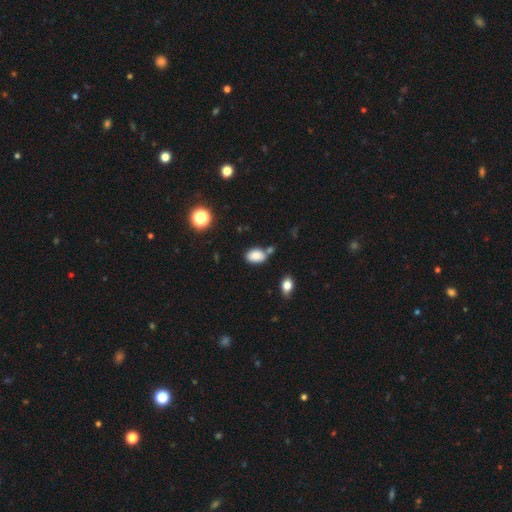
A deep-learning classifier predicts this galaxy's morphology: A smooth galaxy with no disk features (84%) that is in between round and cigar-shaped (87%).

Vote fractions:
- Smooth or featured? smooth: 84% / star or artifact: 10% / featured or disk: 6%
- How rounded? in between: 87% / round: 12% / cigar-shaped: 1%
- Merging? none: 70% / minor disturbance: 15% / merger: 12% / major disturbance: 3%